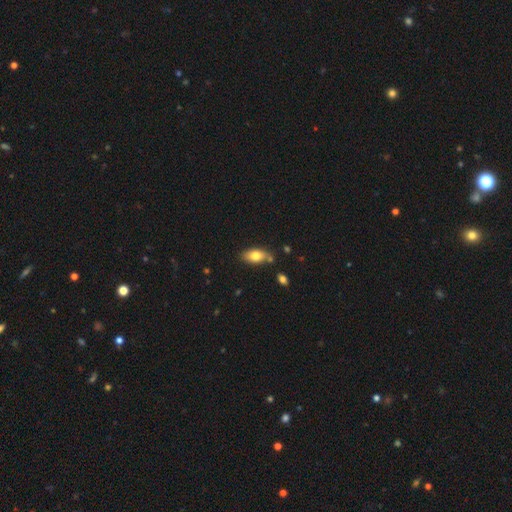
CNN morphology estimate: Smooth or featured: smooth — 75% (featured or disk — 17%)
How rounded: in between — 88% (cigar-shaped — 7%)
Merging: none — 72% (minor disturbance — 15%)